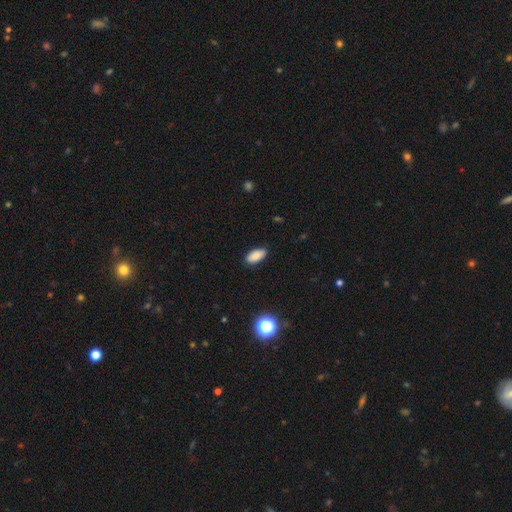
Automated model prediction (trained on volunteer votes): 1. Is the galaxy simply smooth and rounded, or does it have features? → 87% smooth, 9% star or artifact, 4% featured or disk.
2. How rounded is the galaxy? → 90% in between, 7% cigar-shaped, 3% round.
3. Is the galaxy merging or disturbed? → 87% none, 10% minor disturbance, 2% major disturbance, 1% merger.